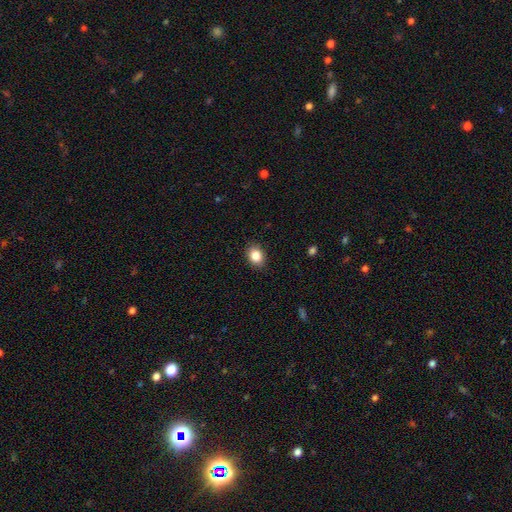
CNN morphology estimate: Overall: smooth (85%). How rounded: in between (54%; round 46%). Merging: none (89%).